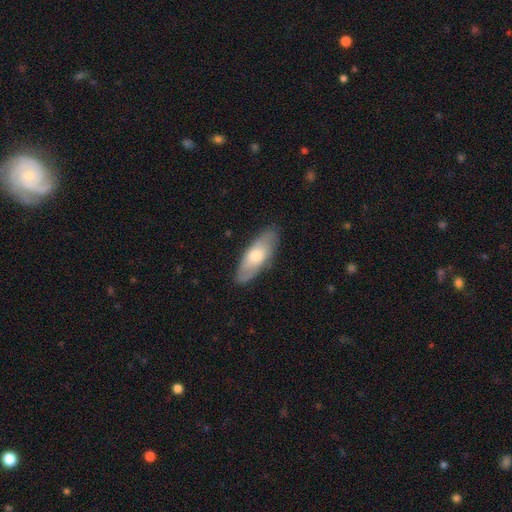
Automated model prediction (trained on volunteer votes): A smooth galaxy with no disk features (57%) that is in between round and cigar-shaped (69%).

Vote fractions:
- Smooth or featured? smooth: 57% / featured or disk: 38% / star or artifact: 6%
- How rounded? in between: 69% / cigar-shaped: 29% / round: 2%
- Merging? none: 84% / minor disturbance: 13% / major disturbance: 3% / merger: 1%